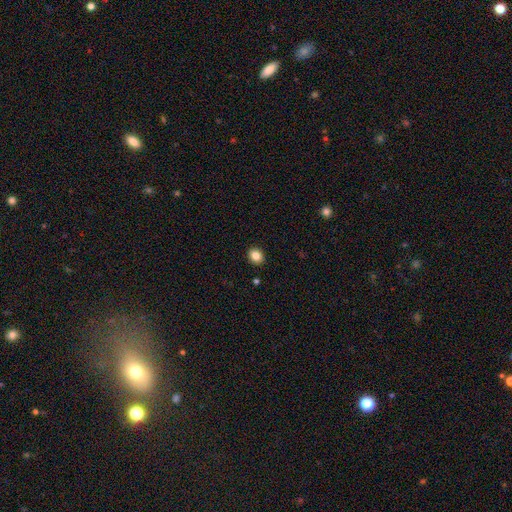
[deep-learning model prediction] A smooth galaxy with no disk features (85%) that is round (63%). Merging: none (91%).